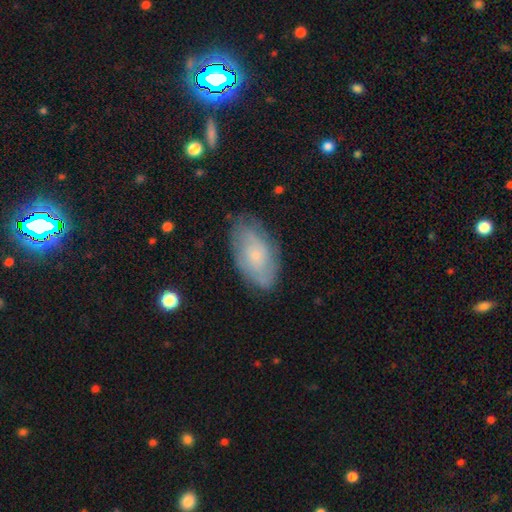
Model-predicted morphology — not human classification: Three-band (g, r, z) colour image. It shows a smooth galaxy with no disk features (47%). Merging: none (75%).